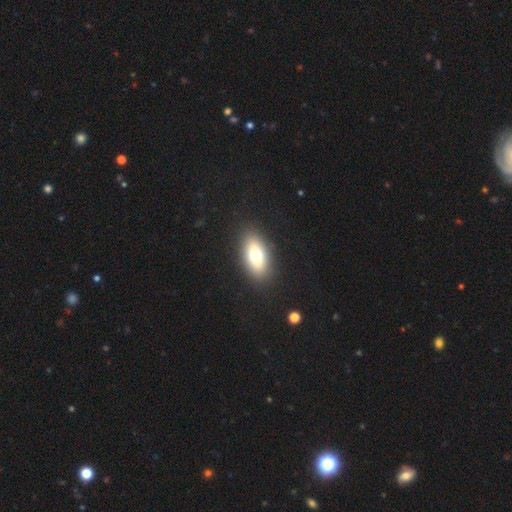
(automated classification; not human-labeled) Overall: smooth (69%). How rounded: in between (86%). Merging: none (88%).